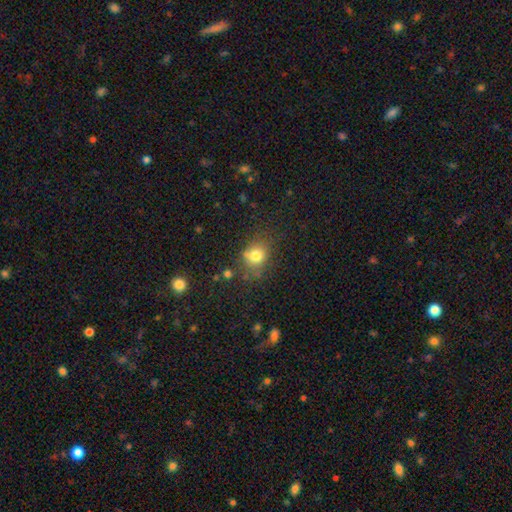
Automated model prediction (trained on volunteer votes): A smooth galaxy with no disk features (76%) that is round (66%).

Vote fractions:
- Smooth or featured? smooth: 76% / star or artifact: 14% / featured or disk: 10%
- How rounded? round: 66% / in between: 33% / cigar-shaped: 1%
- Merging? none: 67% / minor disturbance: 19% / major disturbance: 8% / merger: 7%